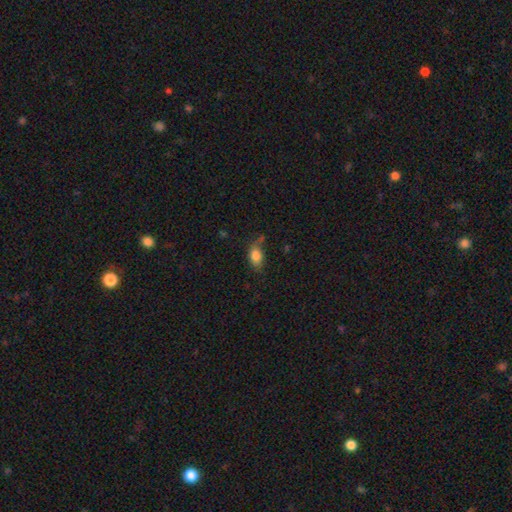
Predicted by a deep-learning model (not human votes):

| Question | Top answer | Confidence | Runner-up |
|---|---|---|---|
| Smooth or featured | smooth | 82% | featured or disk (10%) |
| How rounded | in between | 83% | round (13%) |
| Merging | none | 51% | minor disturbance (30%) |